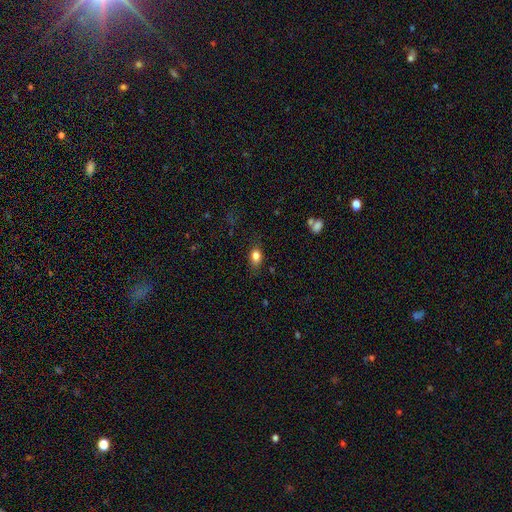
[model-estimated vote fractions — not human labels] smooth 82%, star or artifact 10%, featured or disk 8%. Down the decision tree: how rounded — in between (78%); merging — none (78%).